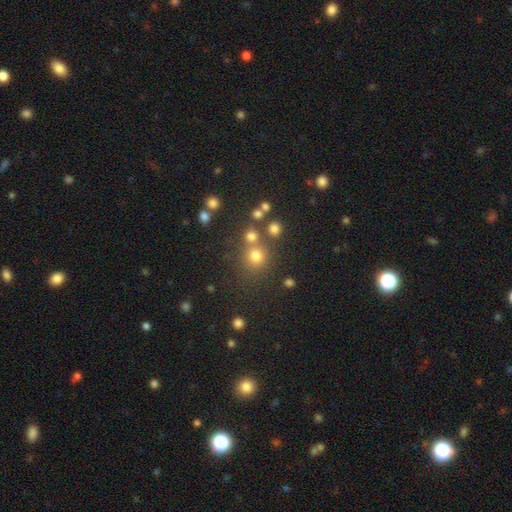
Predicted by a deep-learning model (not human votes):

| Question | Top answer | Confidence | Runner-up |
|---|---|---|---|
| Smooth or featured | smooth | 71% | star or artifact (21%) |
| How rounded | round | 90% | in between (9%) |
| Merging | none | 69% | merger (19%) |